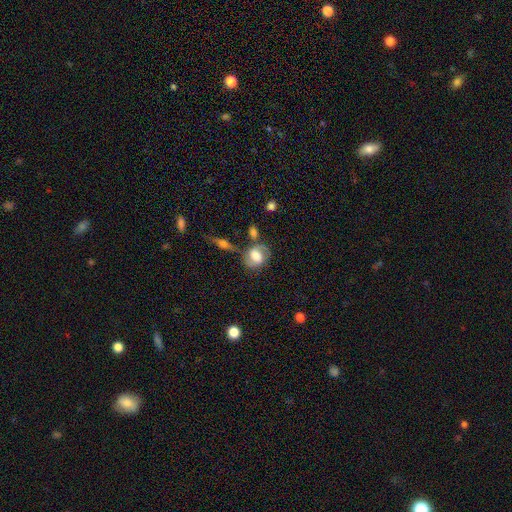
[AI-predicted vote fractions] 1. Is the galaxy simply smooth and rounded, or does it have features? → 47% smooth, 45% featured or disk, 9% star or artifact.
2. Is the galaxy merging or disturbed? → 55% none, 19% minor disturbance, 16% merger, 10% major disturbance.